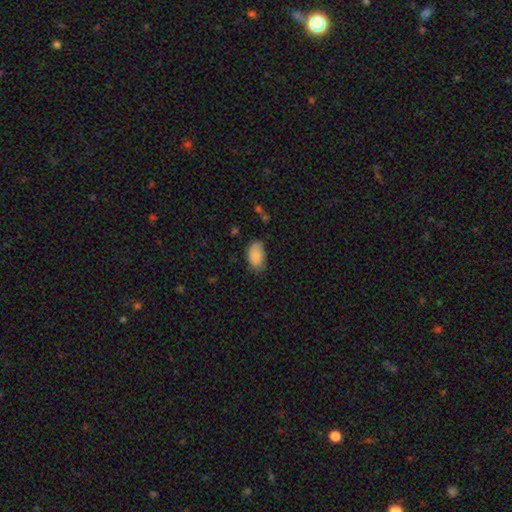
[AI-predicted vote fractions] smooth 85%, featured or disk 8%, star or artifact 7%. Down the decision tree: how rounded — in between (93%); merging — none (65%).